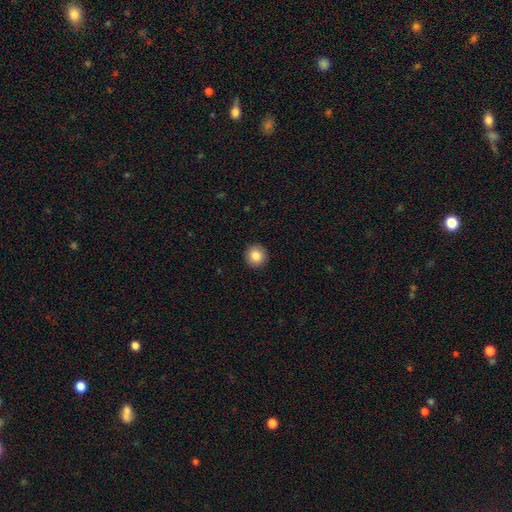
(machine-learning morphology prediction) smooth 85%, star or artifact 9%, featured or disk 6%. Down the decision tree: how rounded — round (93%); merging — none (93%).